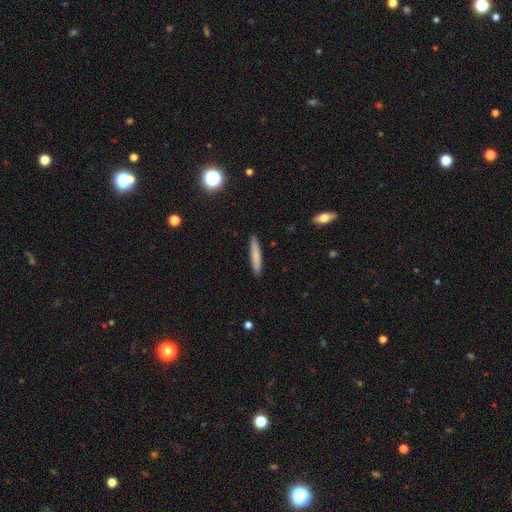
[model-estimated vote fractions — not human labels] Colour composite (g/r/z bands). It shows a smooth galaxy with no disk features (76%) that is cigar-shaped (93%). Merging: none (91%).